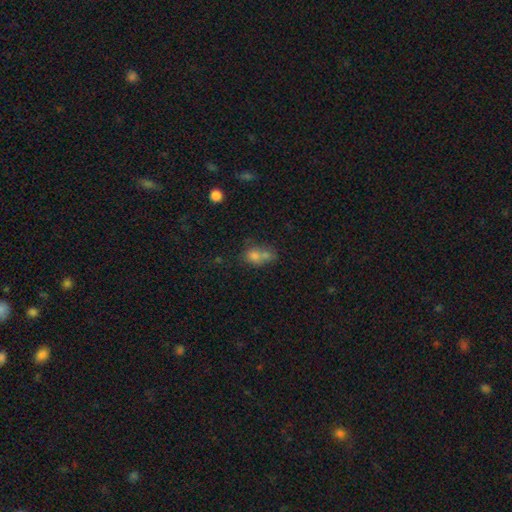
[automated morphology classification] Smooth or featured? Predicted: smooth (p=0.69). How rounded? Predicted: round (p=0.60). Merging? Predicted: merger (p=0.54).